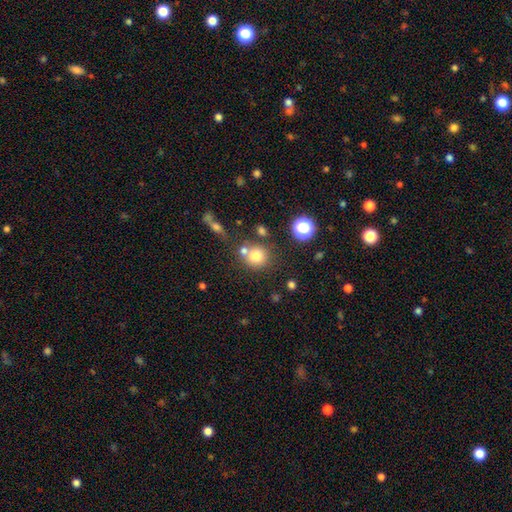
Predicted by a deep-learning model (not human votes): This appears to be a smooth galaxy with no disk features (76%) that is round (88%). Merging: none (62%).